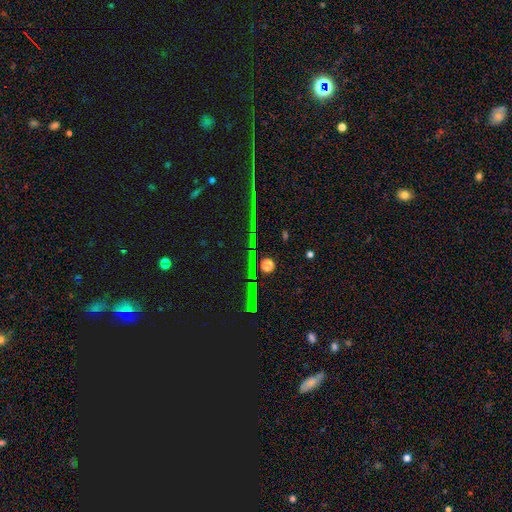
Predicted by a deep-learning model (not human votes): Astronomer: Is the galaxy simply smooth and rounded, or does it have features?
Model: star or artifact — 65%.